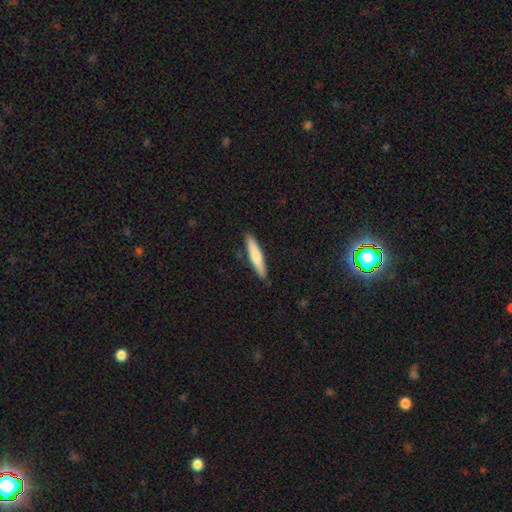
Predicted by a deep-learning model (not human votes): Q: Smooth or featured?
A: smooth (68%); runner-up: featured or disk (27%)
Q: How rounded?
A: cigar-shaped (89%); runner-up: in between (10%)
Q: Merging?
A: none (89%); runner-up: minor disturbance (8%)